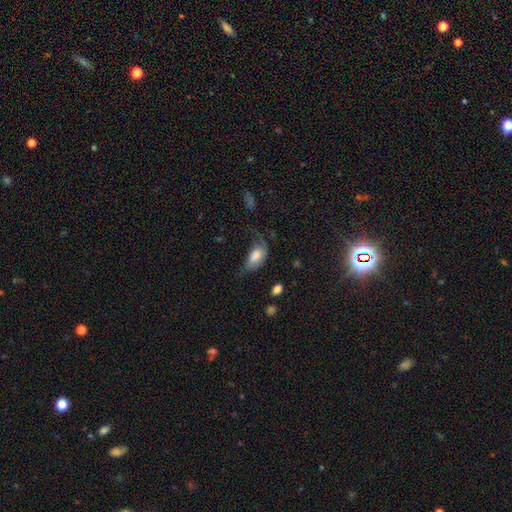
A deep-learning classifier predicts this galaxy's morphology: This is likely a smooth galaxy (67%). How rounded: clearly in between (91%). Merging: possibly major disturbance (46%).